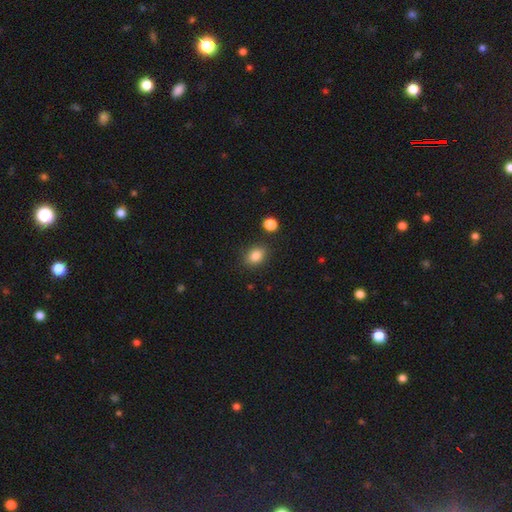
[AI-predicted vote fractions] Smooth or featured? smooth (84%)
How rounded? in between (65%)
Merging? none (83%)